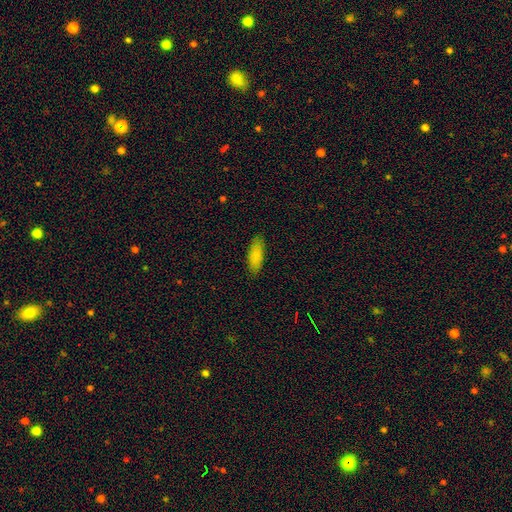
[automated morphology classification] smooth-or-featured: smooth: 86% | featured or disk: 8% | star or artifact: 6%
  how-rounded: in between: 66% | cigar-shaped: 32% | round: 2%
  merging: none: 87% | minor disturbance: 10% | major disturbance: 2% | merger: 1%